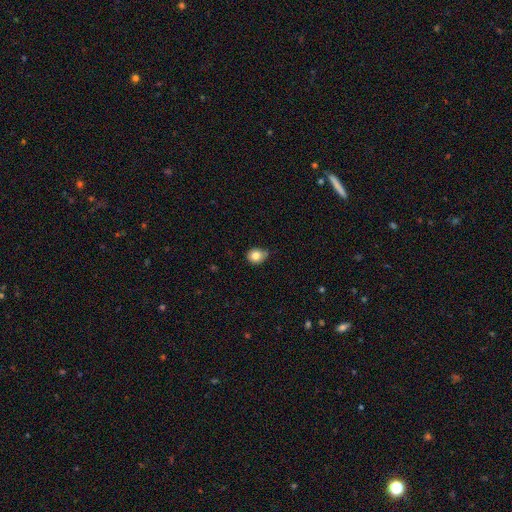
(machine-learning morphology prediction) Smooth or featured: smooth — 81% (star or artifact — 10%)
How rounded: round — 69% (in between — 30%)
Merging: none — 65% (minor disturbance — 28%)